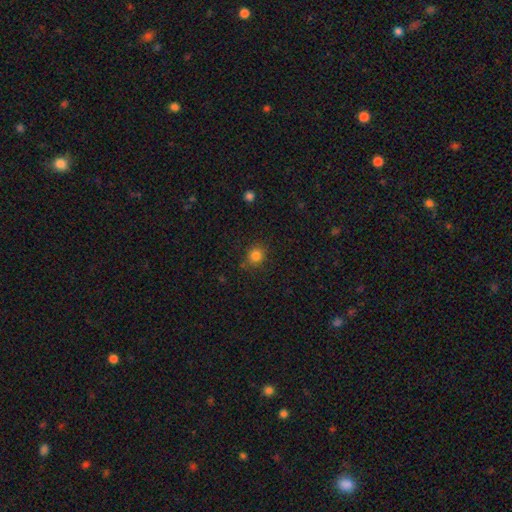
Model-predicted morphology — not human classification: Smooth or featured? smooth (83%)
How rounded? round (80%)
Merging? none (82%)